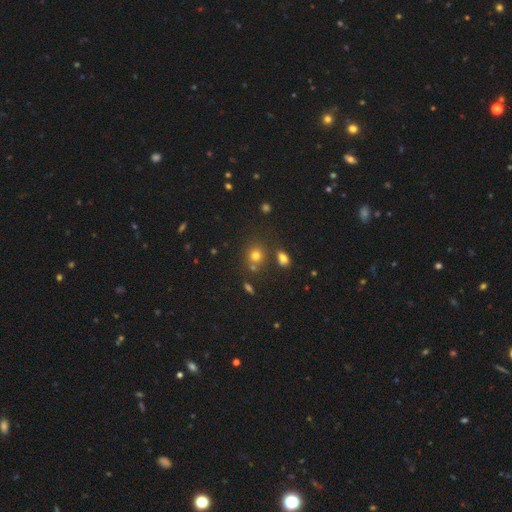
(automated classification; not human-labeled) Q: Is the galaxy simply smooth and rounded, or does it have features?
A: smooth — 73%.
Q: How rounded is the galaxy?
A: round — 81%.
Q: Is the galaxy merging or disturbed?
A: none — 70%.